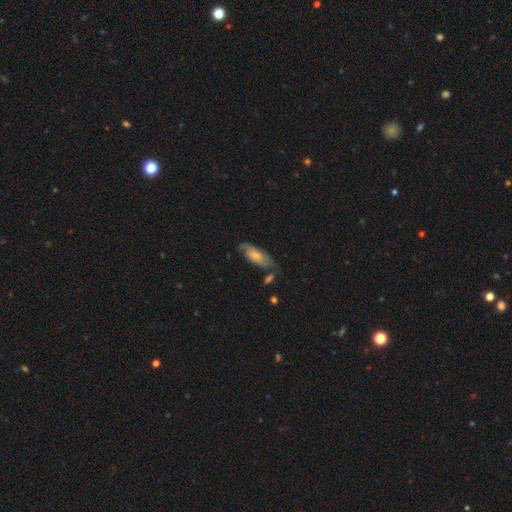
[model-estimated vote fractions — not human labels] This appears to be a smooth galaxy with no disk features (51%) that is in between round and cigar-shaped (77%). Merging: none (57%).